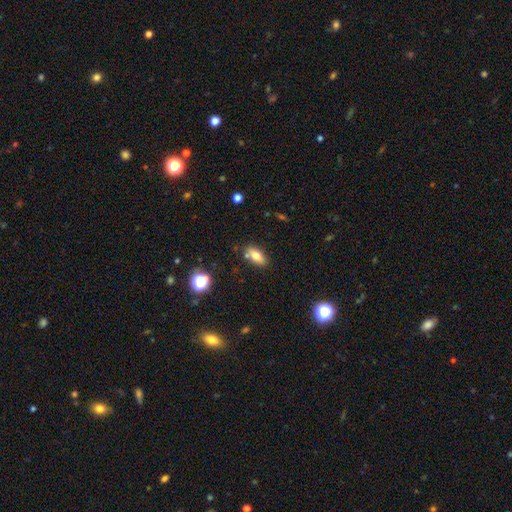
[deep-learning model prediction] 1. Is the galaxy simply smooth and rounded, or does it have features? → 74% smooth, 16% featured or disk, 10% star or artifact.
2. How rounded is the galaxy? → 85% in between, 10% cigar-shaped, 5% round.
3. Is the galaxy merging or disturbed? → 78% none, 13% minor disturbance, 6% merger, 3% major disturbance.